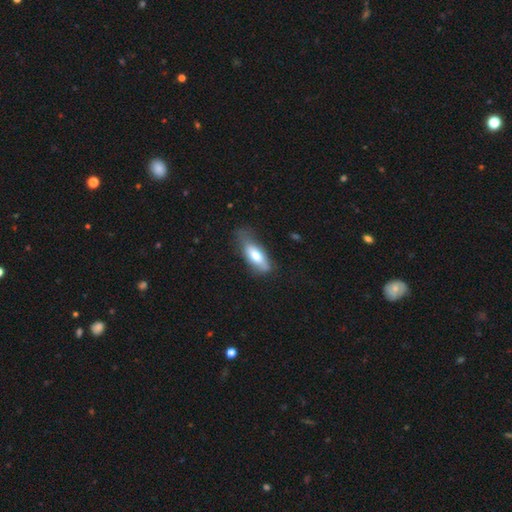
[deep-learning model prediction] Overall: smooth (69%). How rounded: in between (69%). Merging: none (50%; minor disturbance 34%).